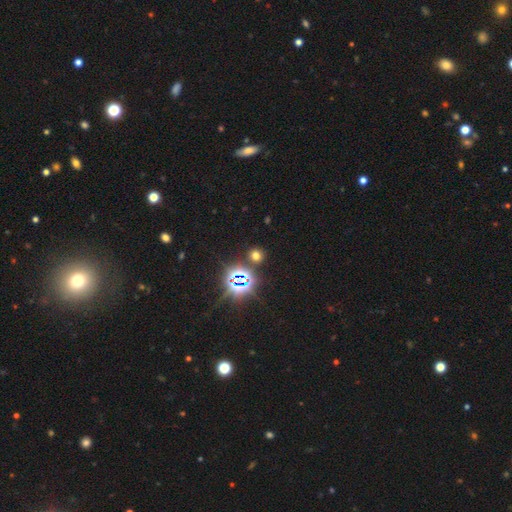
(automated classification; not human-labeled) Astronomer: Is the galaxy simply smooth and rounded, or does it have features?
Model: smooth — 55% (runner-up: star or artifact, 39%).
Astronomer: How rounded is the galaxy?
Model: round — 81%.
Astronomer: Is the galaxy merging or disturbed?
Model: none — 85%.